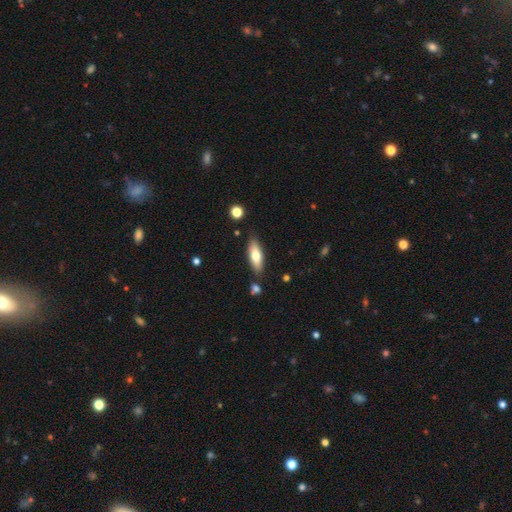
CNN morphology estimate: Smooth or featured? smooth (72%)
How rounded? in between (59%)
Merging? none (81%)